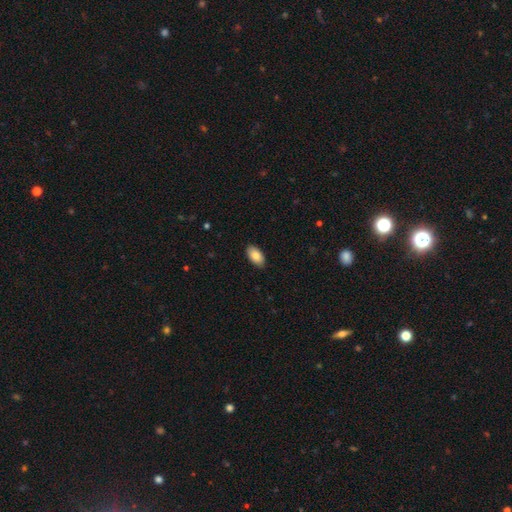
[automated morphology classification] smooth-or-featured: smooth: 86% | featured or disk: 8% | star or artifact: 6%
  how-rounded: in between: 95% | round: 3% | cigar-shaped: 2%
  merging: none: 88% | minor disturbance: 9% | major disturbance: 2% | merger: 1%